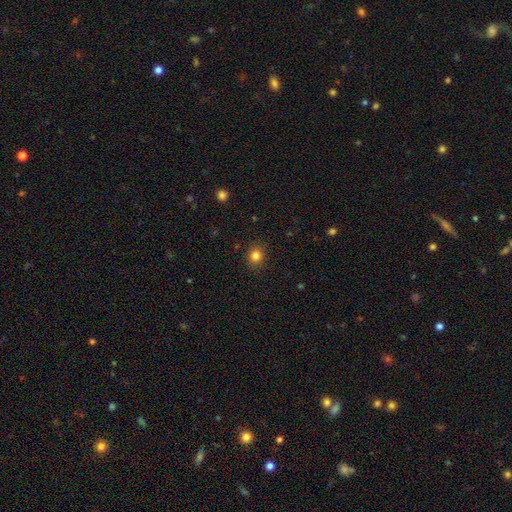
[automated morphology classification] This appears to be a smooth galaxy with no disk features (83%) that is round (78%). Merging: none (89%).